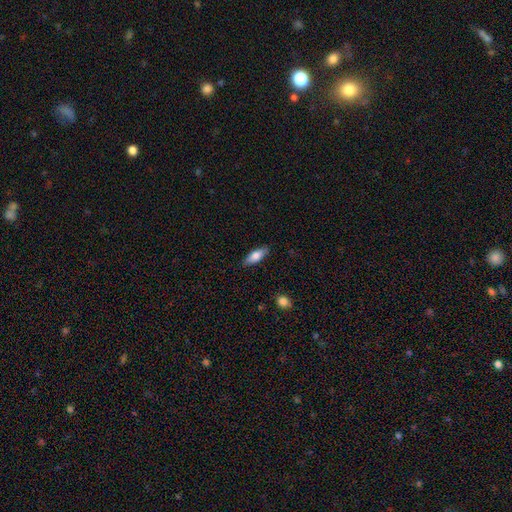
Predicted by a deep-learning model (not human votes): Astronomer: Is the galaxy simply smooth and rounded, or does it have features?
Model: smooth — 72%.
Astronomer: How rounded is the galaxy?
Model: in between — 66%.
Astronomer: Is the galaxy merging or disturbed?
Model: none — 86%.